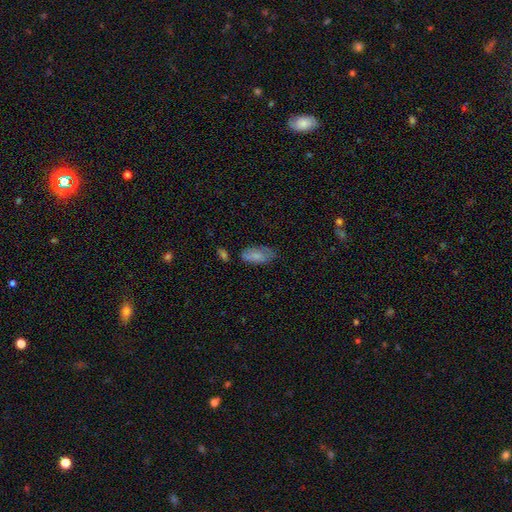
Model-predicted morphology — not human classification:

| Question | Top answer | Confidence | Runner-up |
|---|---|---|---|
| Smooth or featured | smooth | 75% | featured or disk (18%) |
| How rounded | in between | 88% | cigar-shaped (10%) |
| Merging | none | 59% | minor disturbance (28%) |